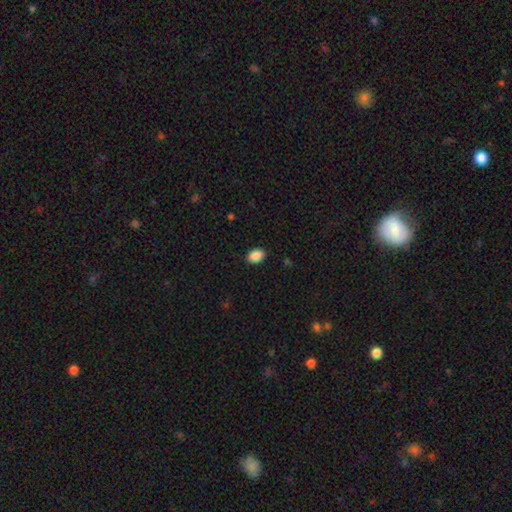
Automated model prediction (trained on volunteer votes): Smooth or featured?
  - smooth: 89% *
  - star or artifact: 8%
  - featured or disk: 3%
How rounded?
  - in between: 85% *
  - round: 14%
  - cigar-shaped: 1%
Merging?
  - none: 89% *
  - minor disturbance: 8%
  - major disturbance: 2%
  - merger: 1%